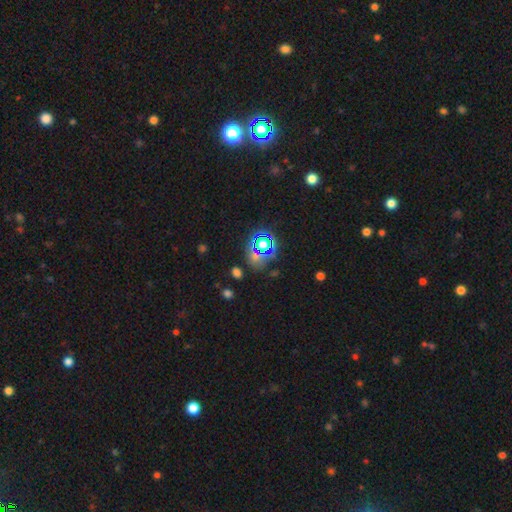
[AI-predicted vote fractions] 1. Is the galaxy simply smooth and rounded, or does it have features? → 59% star or artifact, 32% smooth, 9% featured or disk.